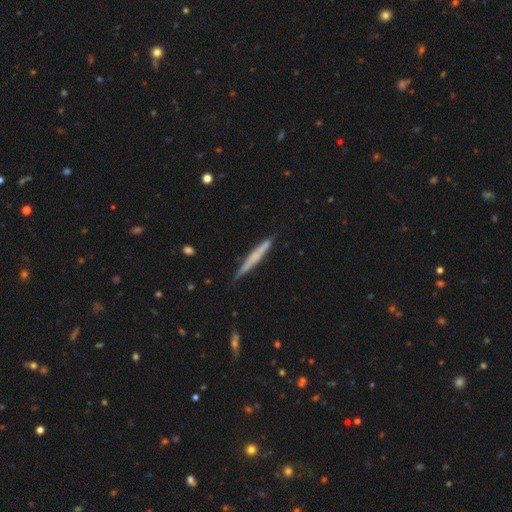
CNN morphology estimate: Q: Smooth or featured?
A: featured or disk (48%); runner-up: smooth (46%)
Q: Merging?
A: none (83%); runner-up: minor disturbance (13%)